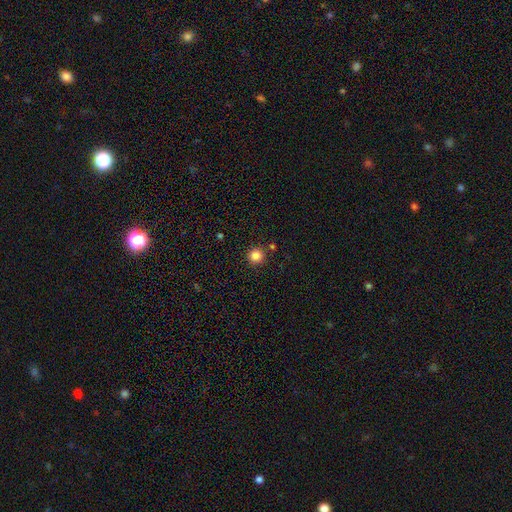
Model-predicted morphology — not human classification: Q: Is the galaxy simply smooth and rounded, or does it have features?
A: smooth — 83%.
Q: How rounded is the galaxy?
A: round — 95%.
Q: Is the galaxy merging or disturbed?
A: none — 88%.